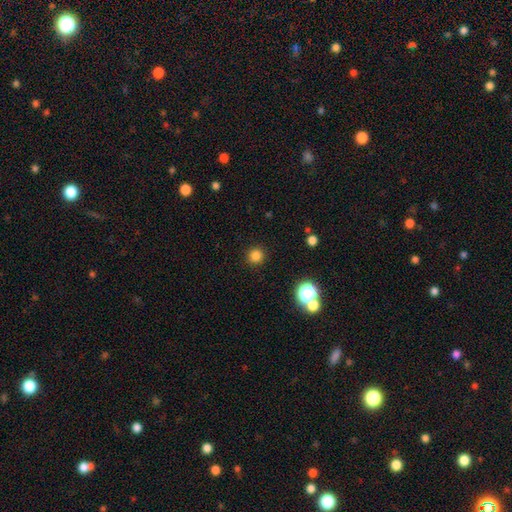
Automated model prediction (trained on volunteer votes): smooth_or_featured: smooth (p=0.81) [alt: star or artifact p=0.15]
how_rounded: round (p=0.94) [alt: in between p=0.05]
merging: none (p=0.92) [alt: minor disturbance p=0.05]